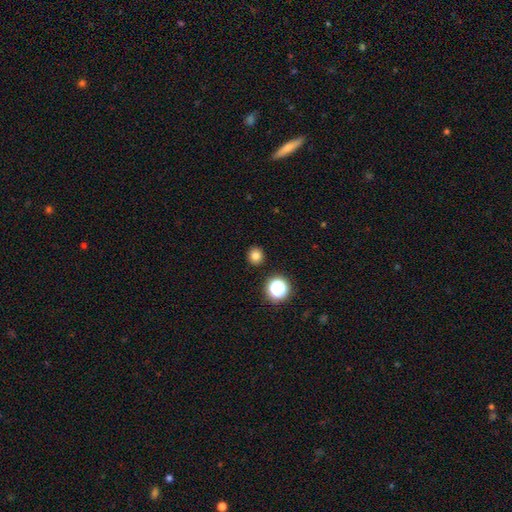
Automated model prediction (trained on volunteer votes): smooth_or_featured: smooth (p=0.78) [alt: star or artifact p=0.16]
how_rounded: round (p=0.88) [alt: in between p=0.11]
merging: none (p=0.91) [alt: minor disturbance p=0.05]